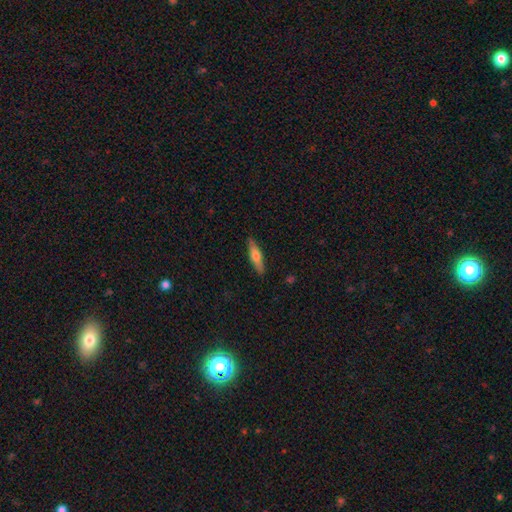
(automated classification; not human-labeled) Morphology: type=smooth (59%); roundness=cigar-shaped (74%); merging=none (89%).